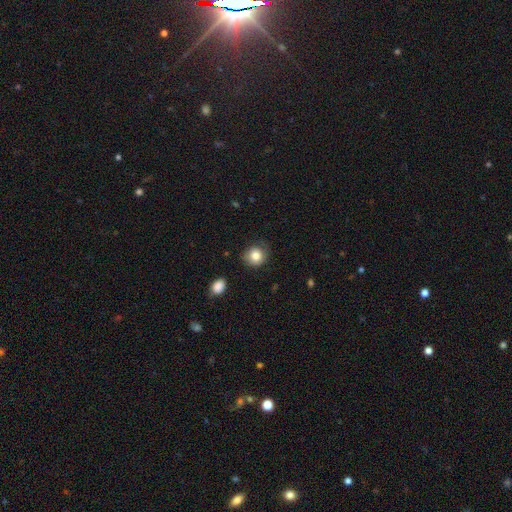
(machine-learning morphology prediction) smooth 83%, star or artifact 9%, featured or disk 8%. Down the decision tree: how rounded — round (84%); merging — none (74%).